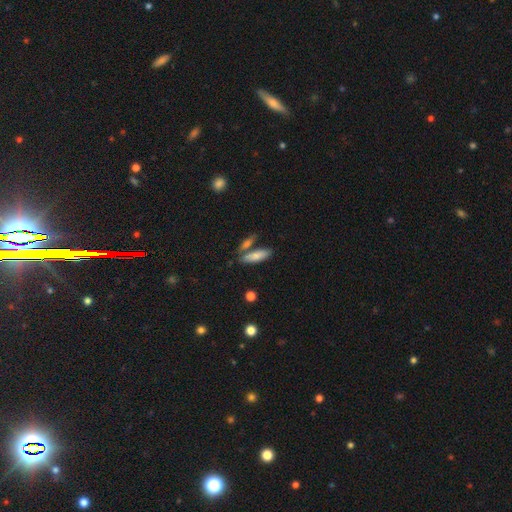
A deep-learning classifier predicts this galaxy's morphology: Overall: smooth (79%). How rounded: in between (51%; cigar-shaped 47%). Merging: none (60%; merger 24%).